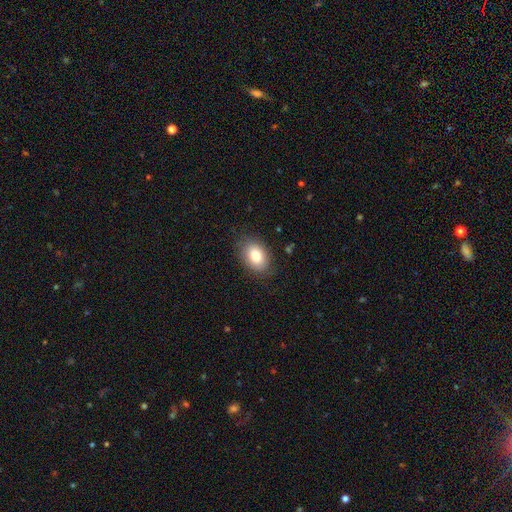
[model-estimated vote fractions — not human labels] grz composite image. It shows a smooth galaxy with no disk features (82%) that is in between round and cigar-shaped (83%). Merging: none (83%).